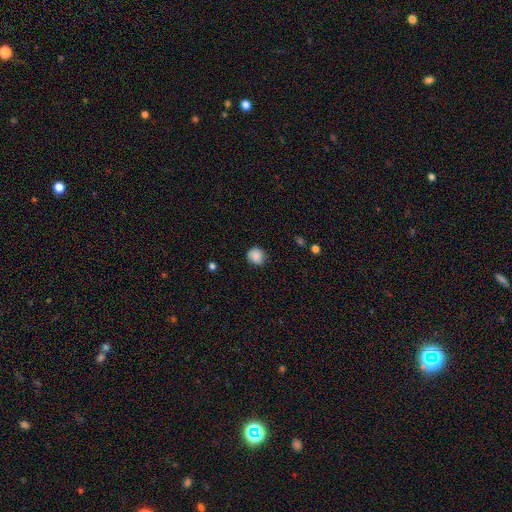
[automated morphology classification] Smooth or featured? smooth (87%)
How rounded? round (89%)
Merging? none (83%)